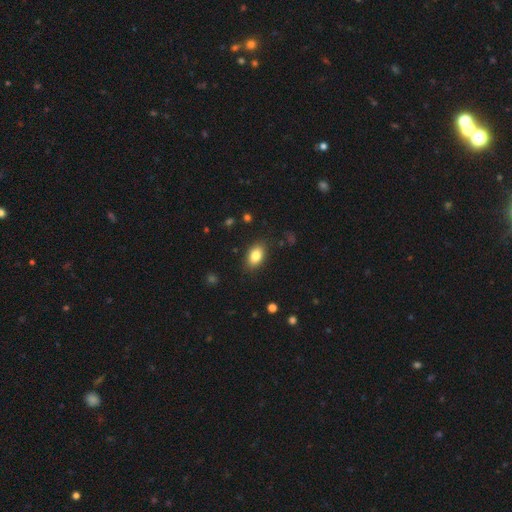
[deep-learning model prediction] This appears to be a smooth galaxy with no disk features (83%) that is in between round and cigar-shaped (88%). Merging: none (86%).